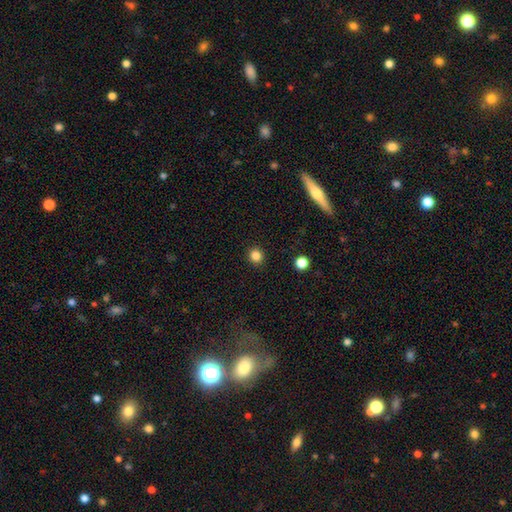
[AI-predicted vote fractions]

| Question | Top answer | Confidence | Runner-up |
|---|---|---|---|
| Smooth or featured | smooth | 85% | star or artifact (12%) |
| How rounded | round | 90% | in between (9%) |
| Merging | none | 92% | minor disturbance (5%) |